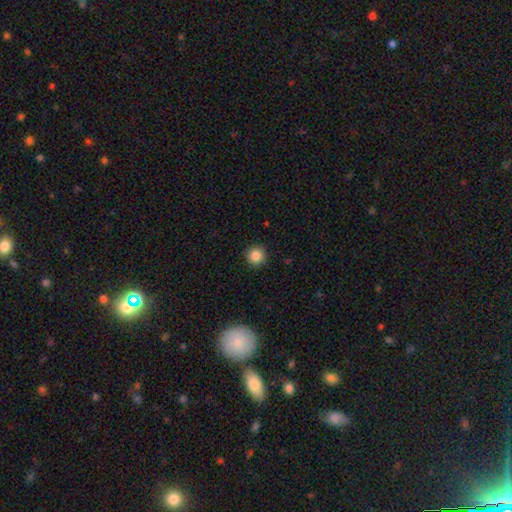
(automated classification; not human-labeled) A smooth galaxy with no disk features (86%) that is round (95%). Merging: none (92%).